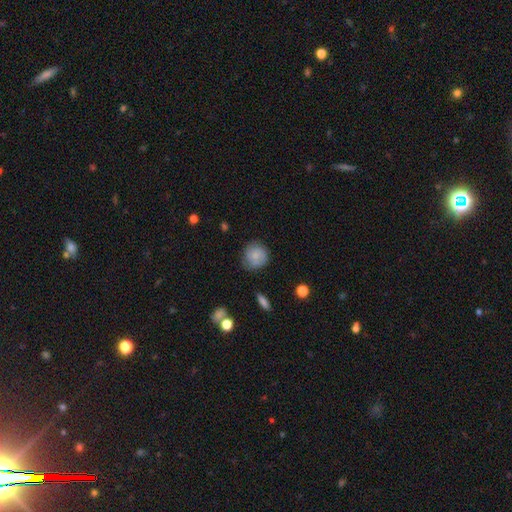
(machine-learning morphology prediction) Smooth or featured? smooth (72%)
How rounded? round (88%)
Merging? none (74%)